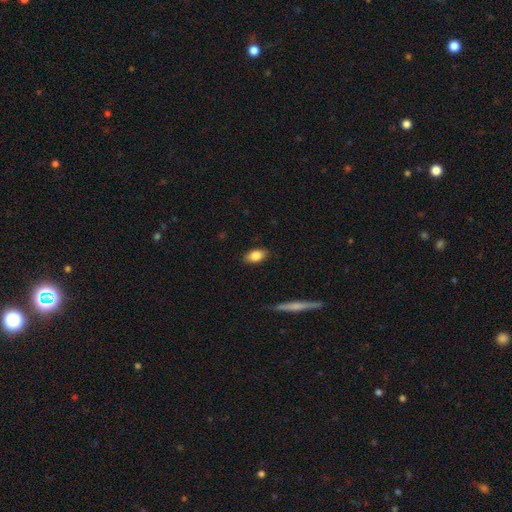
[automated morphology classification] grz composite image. It shows a smooth galaxy with no disk features (83%) that is in between round and cigar-shaped (88%). Merging: none (86%).